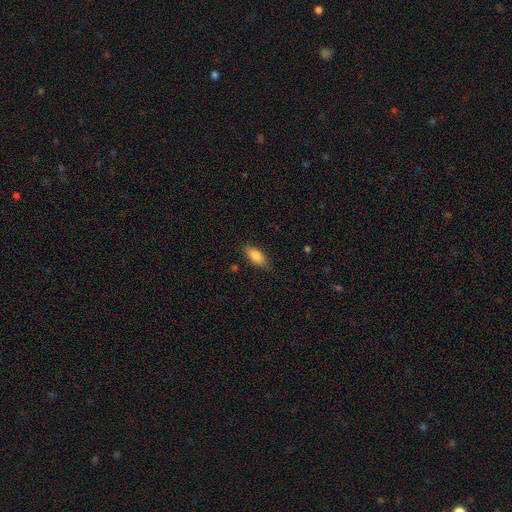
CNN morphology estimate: This appears to be a smooth galaxy with no disk features (85%) that is in between round and cigar-shaped (85%). Merging: none (81%).